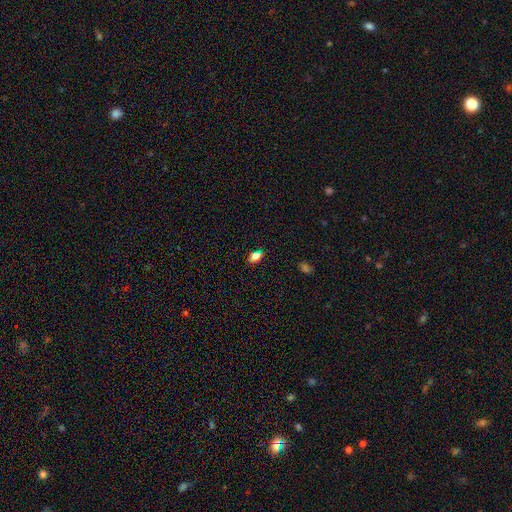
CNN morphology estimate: smooth-or-featured: smooth: 78% | star or artifact: 15% | featured or disk: 7%
  how-rounded: in between: 85% | round: 10% | cigar-shaped: 5%
  merging: none: 86% | minor disturbance: 10% | major disturbance: 2% | merger: 2%